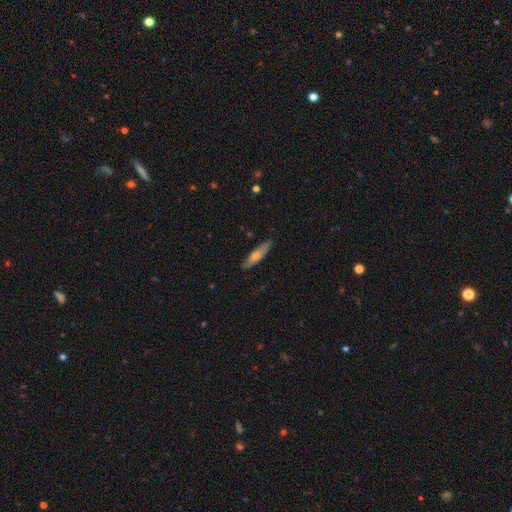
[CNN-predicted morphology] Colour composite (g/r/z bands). It shows a smooth galaxy with no disk features (52%) that is cigar-shaped (81%). Merging: none (86%).